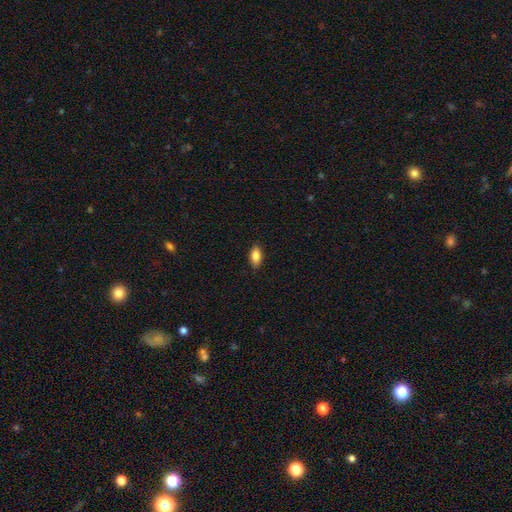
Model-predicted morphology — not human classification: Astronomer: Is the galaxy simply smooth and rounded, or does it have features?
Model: smooth — 86%.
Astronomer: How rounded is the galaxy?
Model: in between — 90%.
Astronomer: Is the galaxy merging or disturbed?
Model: none — 88%.